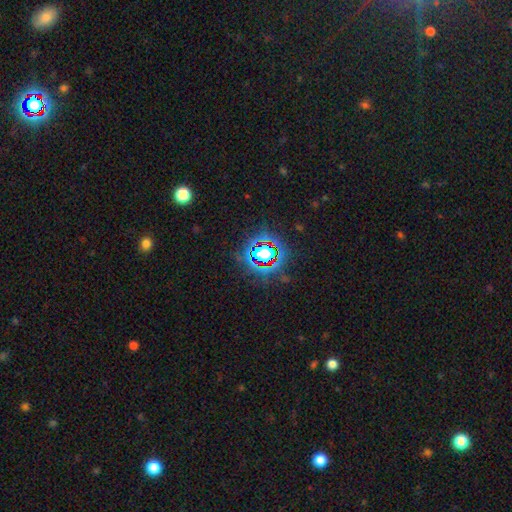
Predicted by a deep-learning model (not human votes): A star or artifact, not a galaxy (81%).